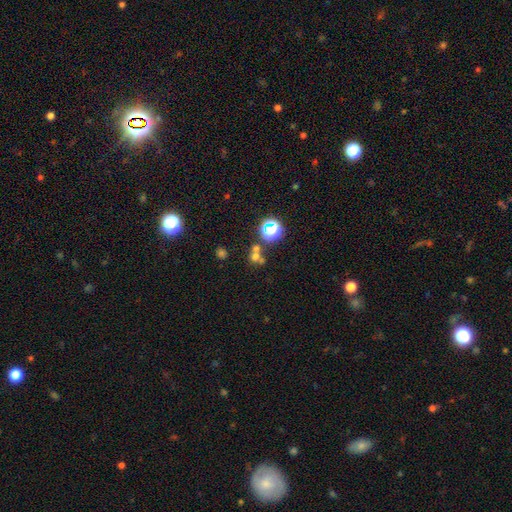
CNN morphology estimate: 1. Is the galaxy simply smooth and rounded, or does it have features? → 56% smooth, 32% star or artifact, 12% featured or disk.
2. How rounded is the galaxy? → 82% round, 17% in between, 1% cigar-shaped.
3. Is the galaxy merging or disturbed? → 48% none, 40% merger, 7% minor disturbance, 4% major disturbance.